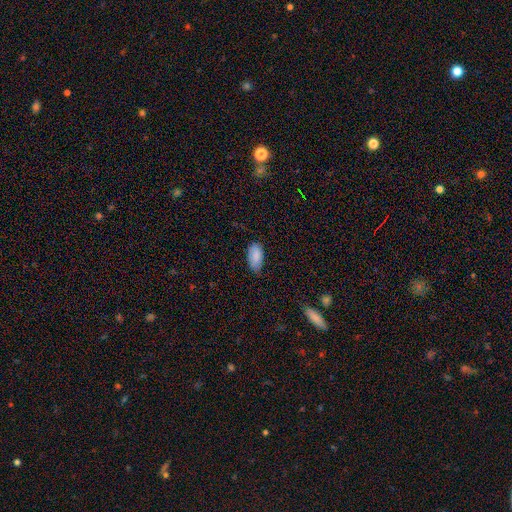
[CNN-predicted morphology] The model was most divided on "merging": none: 68%, minor disturbance: 27%, major disturbance: 4%, merger: 1%. More confident: how rounded — in between (94%); smooth or featured — smooth (87%).